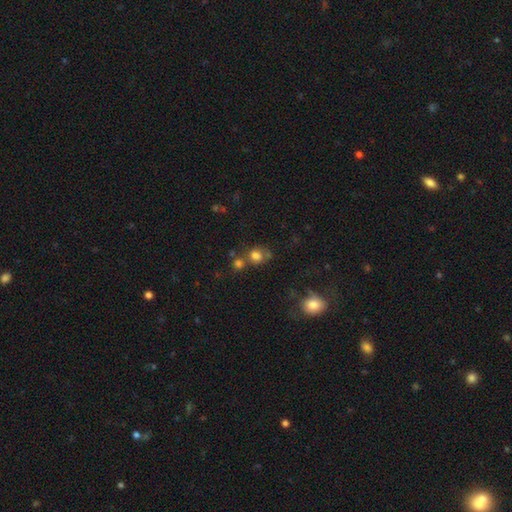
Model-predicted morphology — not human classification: This appears to be a smooth galaxy with no disk features (76%) that is round (79%). Merging: none (55%).